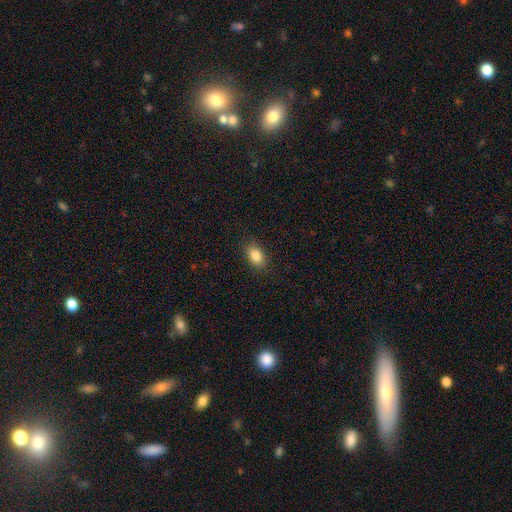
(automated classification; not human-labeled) Smooth or featured: smooth — 86% (star or artifact — 8%)
How rounded: in between — 86% (round — 12%)
Merging: none — 88% (minor disturbance — 9%)